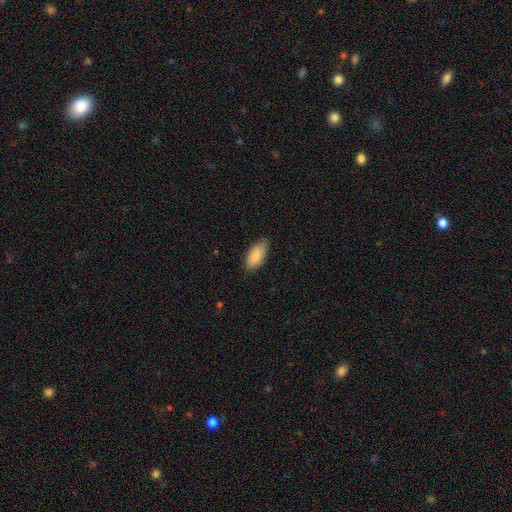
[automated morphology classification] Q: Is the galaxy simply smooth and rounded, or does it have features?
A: smooth — 86%.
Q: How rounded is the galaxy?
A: in between — 91%.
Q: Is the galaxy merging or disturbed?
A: none — 80%.